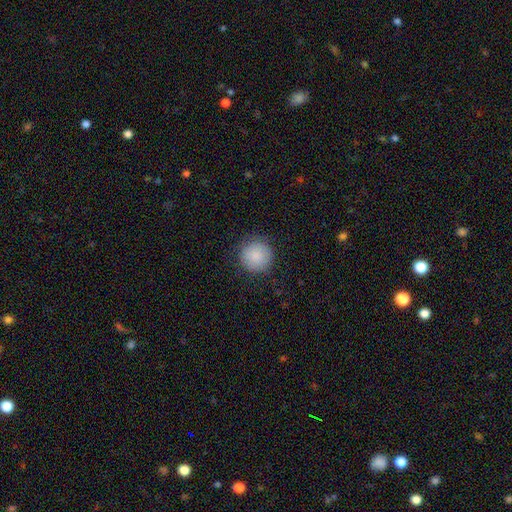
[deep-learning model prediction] This appears to be a smooth galaxy with no disk features (86%) that is round (95%). Merging: none (85%).